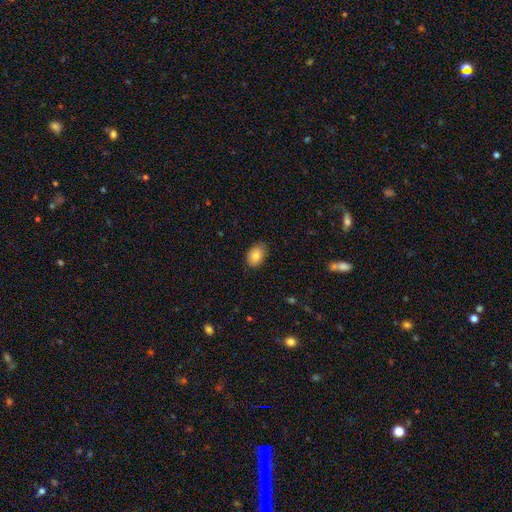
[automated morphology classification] type=smooth (83%); roundness=in between (82%); merging=none (83%).